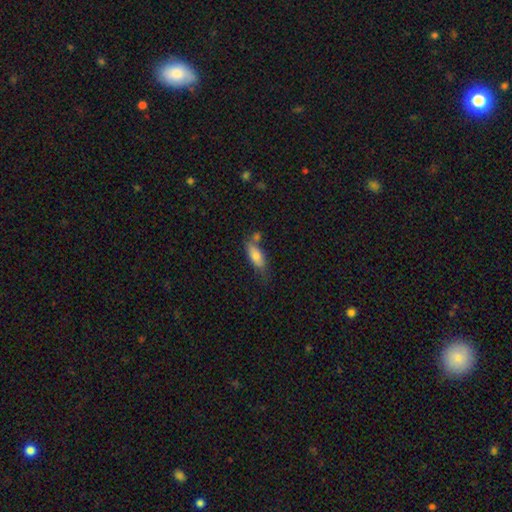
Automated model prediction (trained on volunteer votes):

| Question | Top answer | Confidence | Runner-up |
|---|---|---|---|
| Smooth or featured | smooth | 76% | featured or disk (16%) |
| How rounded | in between | 70% | cigar-shaped (27%) |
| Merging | none | 48% | minor disturbance (25%) |